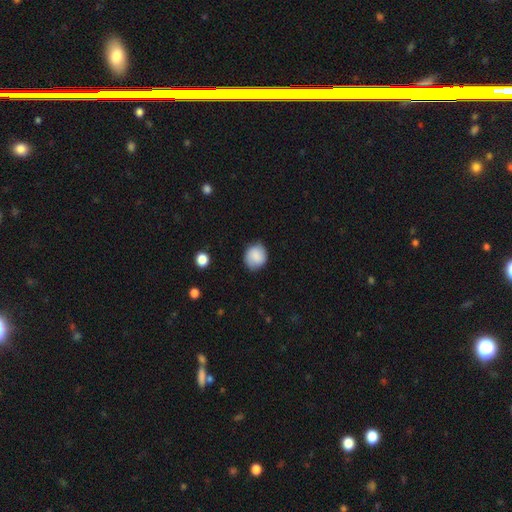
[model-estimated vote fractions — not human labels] A smooth galaxy with no disk features (83%) that is round (76%). Merging: none (80%).